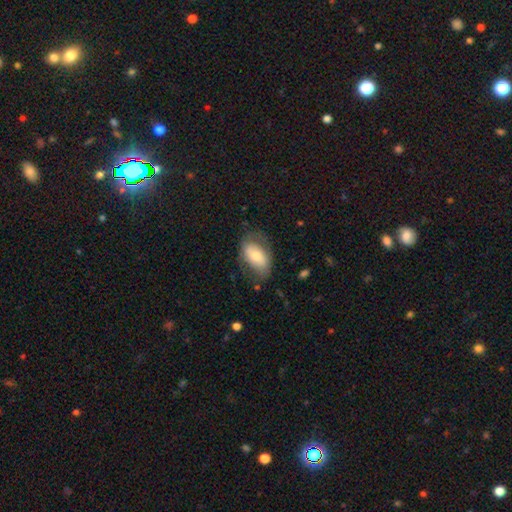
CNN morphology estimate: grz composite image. It shows a smooth galaxy with no disk features (63%) that is in between round and cigar-shaped (91%). Merging: none (62%).